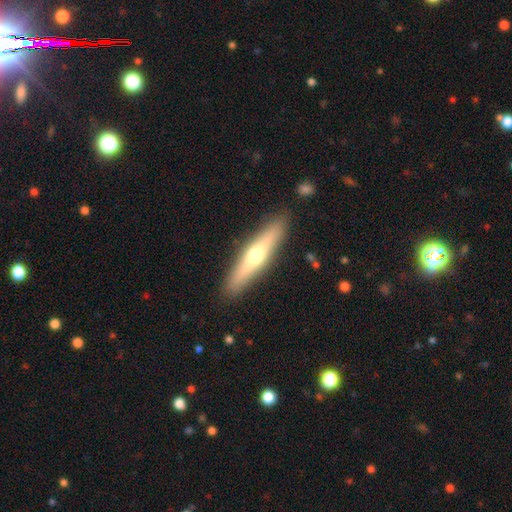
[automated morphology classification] Smooth or featured? featured or disk (51%)
Edge-on disk? yes (90%)
Merging? none (89%)